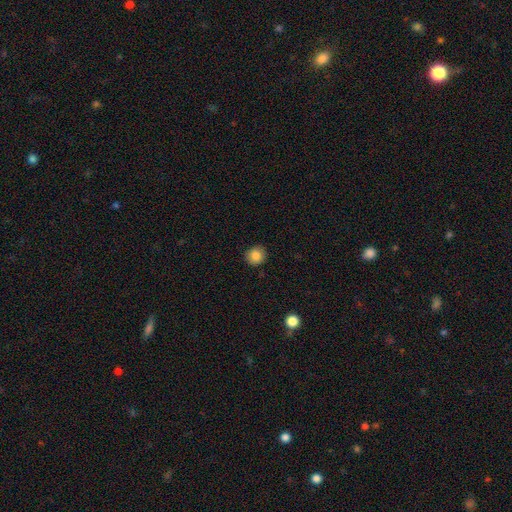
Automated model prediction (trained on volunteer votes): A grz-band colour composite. It shows a smooth galaxy with no disk features (84%) that is round (89%). Merging: none (90%).